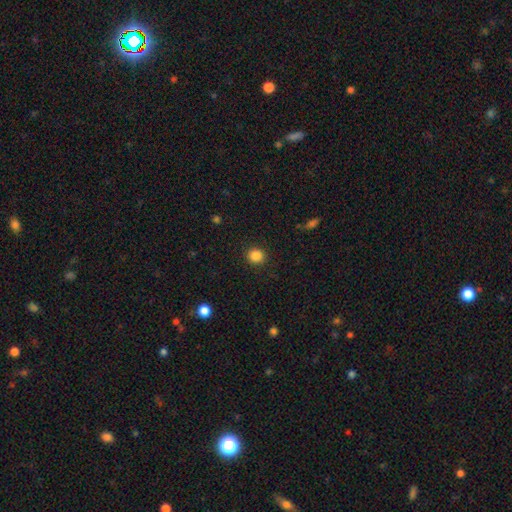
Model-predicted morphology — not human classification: smooth_or_featured: smooth (p=0.86) [alt: star or artifact p=0.11]
how_rounded: round (p=0.90) [alt: in between p=0.09]
merging: none (p=0.91) [alt: minor disturbance p=0.06]